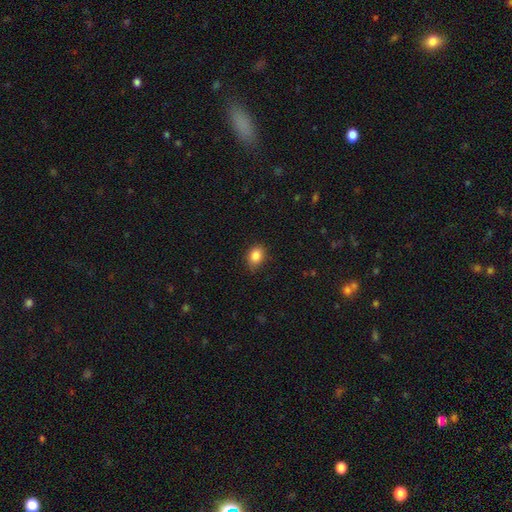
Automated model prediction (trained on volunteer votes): Smooth or featured?
  - smooth: 86% *
  - star or artifact: 9%
  - featured or disk: 5%
How rounded?
  - in between: 62% *
  - round: 37%
  - cigar-shaped: 1%
Merging?
  - none: 80% *
  - minor disturbance: 16%
  - major disturbance: 3%
  - merger: 1%